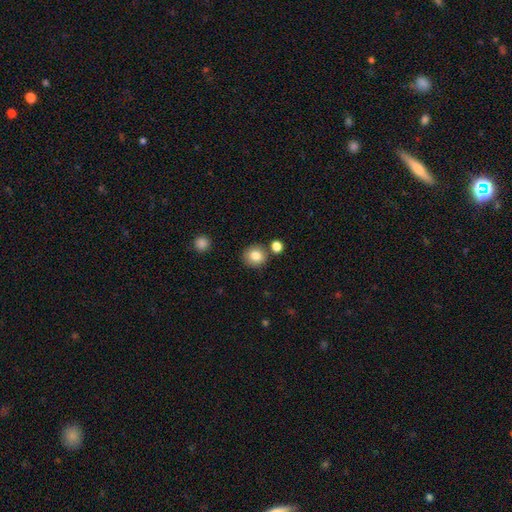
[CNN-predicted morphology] A smooth galaxy with no disk features (83%) that is round (86%).

Vote fractions:
- Smooth or featured? smooth: 83% / star or artifact: 10% / featured or disk: 7%
- How rounded? round: 86% / in between: 13% / cigar-shaped: 1%
- Merging? none: 80% / minor disturbance: 9% / merger: 8% / major disturbance: 3%